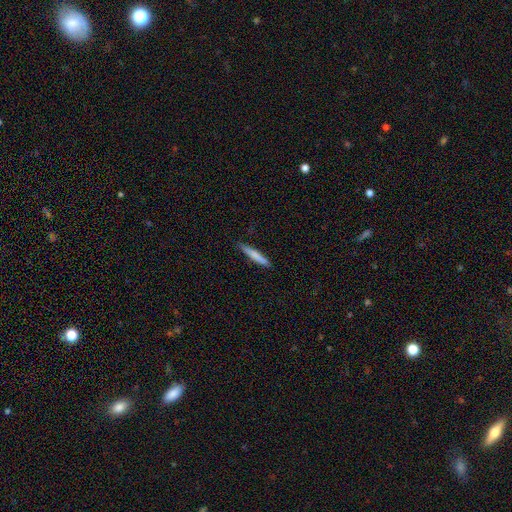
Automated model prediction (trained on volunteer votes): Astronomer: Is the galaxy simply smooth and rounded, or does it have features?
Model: smooth — 77%.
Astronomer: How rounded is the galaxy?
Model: cigar-shaped — 94%.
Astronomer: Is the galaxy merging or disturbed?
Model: none — 87%.